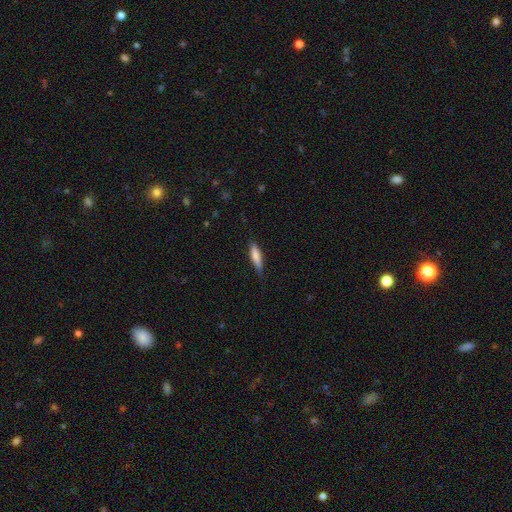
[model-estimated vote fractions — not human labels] A smooth galaxy with no disk features (73%) that is cigar-shaped (75%).

Vote fractions:
- Smooth or featured? smooth: 73% / featured or disk: 21% / star or artifact: 6%
- How rounded? cigar-shaped: 75% / in between: 23% / round: 2%
- Merging? none: 78% / minor disturbance: 18% / major disturbance: 3% / merger: 1%